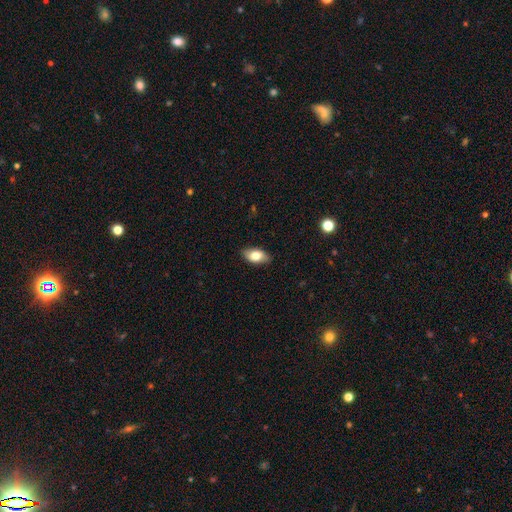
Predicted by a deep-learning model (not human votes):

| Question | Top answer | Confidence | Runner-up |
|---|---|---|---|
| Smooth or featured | smooth | 78% | featured or disk (16%) |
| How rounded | in between | 92% | round (5%) |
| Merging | none | 86% | minor disturbance (11%) |